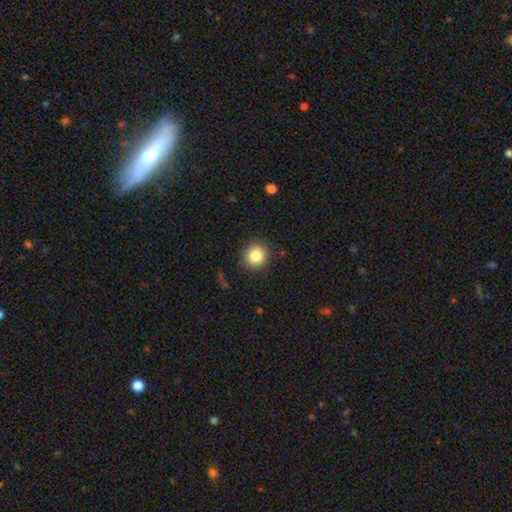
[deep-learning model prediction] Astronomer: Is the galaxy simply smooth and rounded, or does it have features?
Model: smooth — 84%.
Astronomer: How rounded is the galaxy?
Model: round — 90%.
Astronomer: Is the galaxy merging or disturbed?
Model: none — 89%.